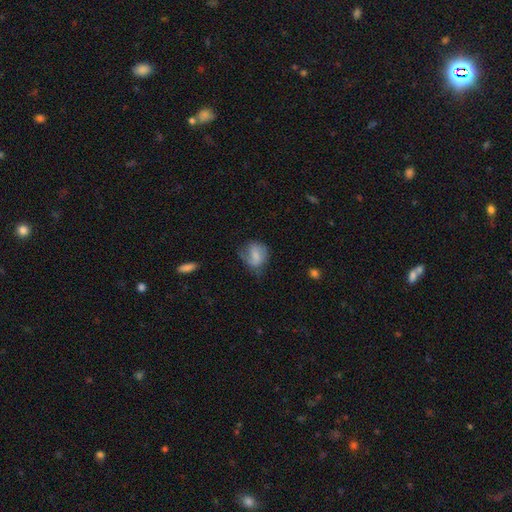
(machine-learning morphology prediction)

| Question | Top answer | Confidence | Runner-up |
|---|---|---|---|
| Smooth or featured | smooth | 58% | featured or disk (34%) |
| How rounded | round | 52% | in between (46%) |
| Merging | none | 44% | minor disturbance (32%) |